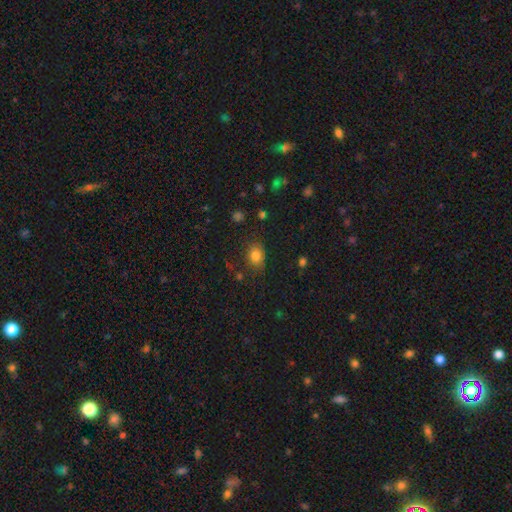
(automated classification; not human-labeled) The model was most divided on "how rounded": in between: 61%, round: 38%, cigar-shaped: 1%. More confident: smooth or featured — smooth (80%); merging — none (78%).